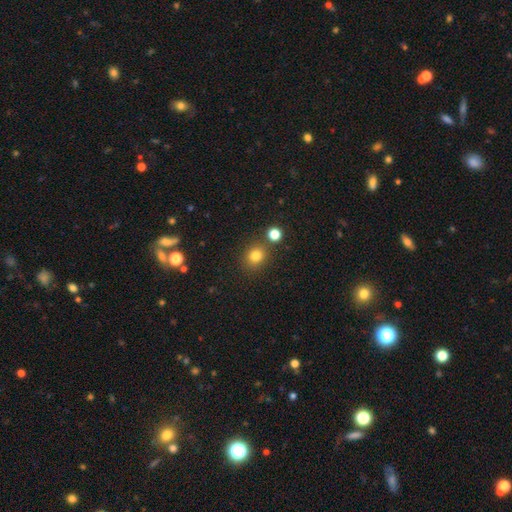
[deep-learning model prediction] Overall: smooth (80%). How rounded: round (77%). Merging: none (79%).